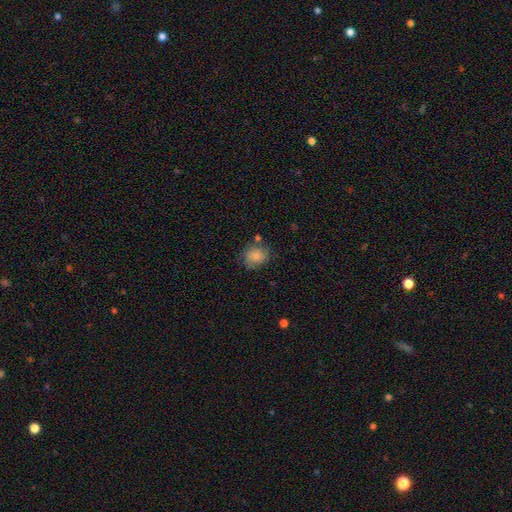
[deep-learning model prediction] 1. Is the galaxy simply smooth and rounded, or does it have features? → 82% smooth, 10% featured or disk, 8% star or artifact.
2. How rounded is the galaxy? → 70% round, 29% in between, 1% cigar-shaped.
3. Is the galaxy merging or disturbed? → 68% none, 20% minor disturbance, 6% merger, 6% major disturbance.